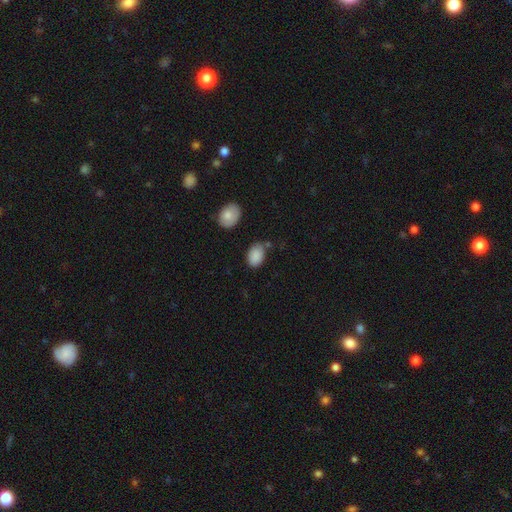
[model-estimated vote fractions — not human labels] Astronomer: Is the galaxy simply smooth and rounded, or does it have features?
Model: smooth — 88%.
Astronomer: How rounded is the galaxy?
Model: in between — 84%.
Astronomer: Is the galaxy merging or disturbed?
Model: none — 65%.